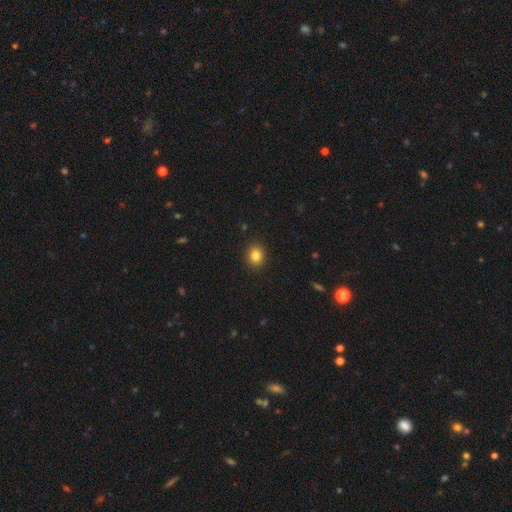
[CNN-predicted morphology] Smooth or featured? Predicted: smooth (p=0.83). How rounded? Predicted: round (p=0.69). Merging? Predicted: none (p=0.91).